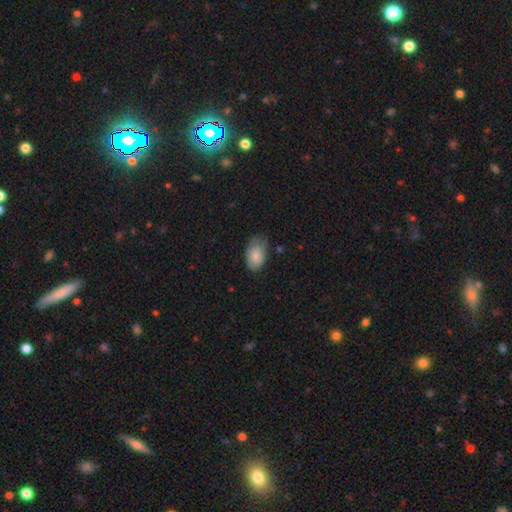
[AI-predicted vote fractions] Smooth or featured?
  - smooth: 83% *
  - featured or disk: 11%
  - star or artifact: 6%
How rounded?
  - in between: 92% *
  - round: 6%
  - cigar-shaped: 1%
Merging?
  - none: 60% *
  - minor disturbance: 32%
  - major disturbance: 7%
  - merger: 1%